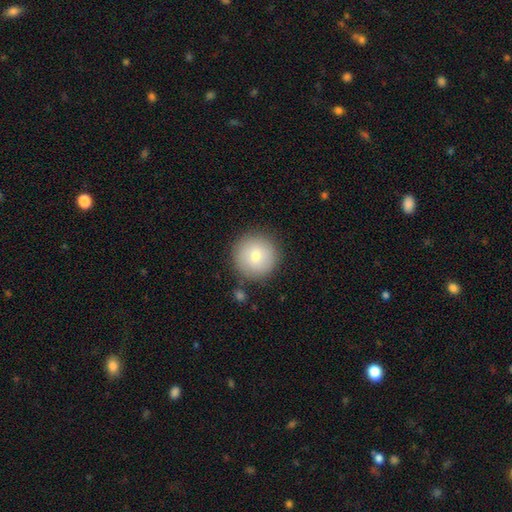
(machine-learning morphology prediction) A smooth galaxy with no disk features (77%) that is round (96%). Merging: none (85%).